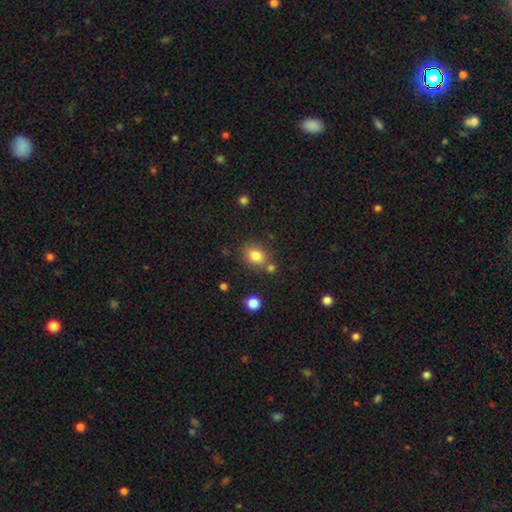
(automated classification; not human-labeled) A smooth galaxy with no disk features (83%) that is in between round and cigar-shaped (51%).

Vote fractions:
- Smooth or featured? smooth: 83% / star or artifact: 11% / featured or disk: 6%
- How rounded? in between: 51% / round: 48% / cigar-shaped: 1%
- Merging? none: 68% / merger: 15% / minor disturbance: 13% / major disturbance: 4%